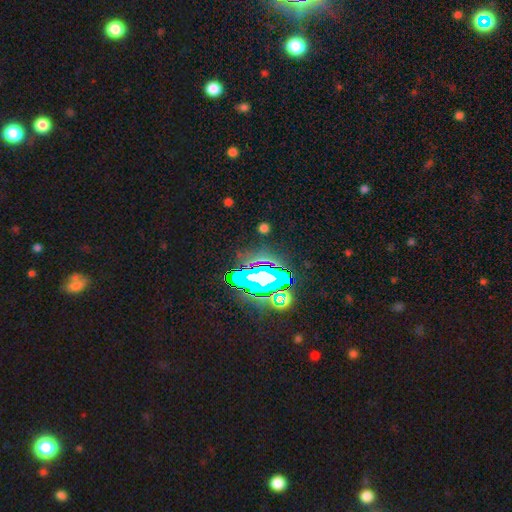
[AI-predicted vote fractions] Smooth or featured?
  - star or artifact: 80% *
  - smooth: 10%
  - featured or disk: 9%